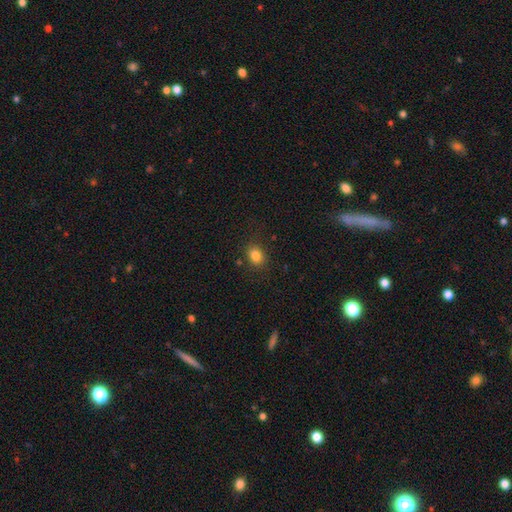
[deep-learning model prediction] Smooth or featured: smooth — 83% (star or artifact — 11%)
How rounded: in between — 54% (round — 45%)
Merging: none — 83% (minor disturbance — 11%)